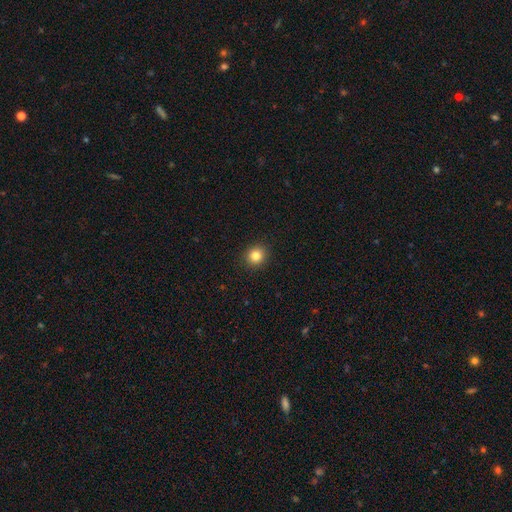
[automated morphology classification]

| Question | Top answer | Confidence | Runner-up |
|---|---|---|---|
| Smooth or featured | smooth | 84% | star or artifact (11%) |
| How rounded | round | 86% | in between (13%) |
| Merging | none | 92% | minor disturbance (5%) |